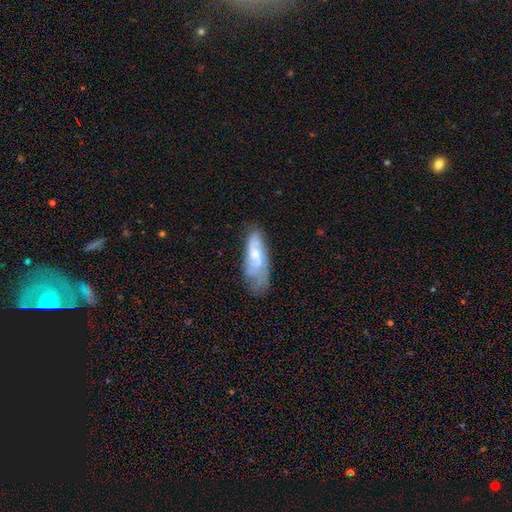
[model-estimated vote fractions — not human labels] Q: Smooth or featured?
A: featured or disk (50%); runner-up: smooth (42%)
Q: Merging?
A: none (47%); runner-up: minor disturbance (30%)